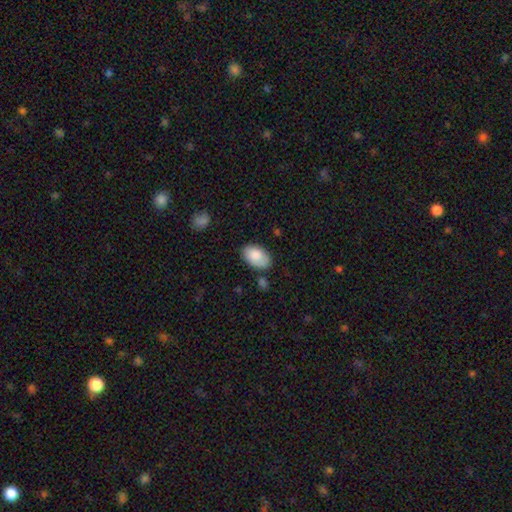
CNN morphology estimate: smooth-or-featured: smooth: 84% | featured or disk: 9% | star or artifact: 6%
  how-rounded: in between: 93% | round: 6% | cigar-shaped: 1%
  merging: none: 74% | minor disturbance: 19% | major disturbance: 4% | merger: 3%